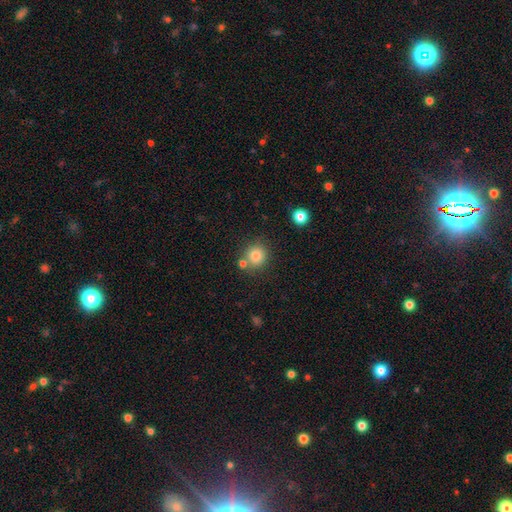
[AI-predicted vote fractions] smooth_or_featured: smooth (p=0.82) [alt: star or artifact p=0.11]
how_rounded: round (p=0.89) [alt: in between p=0.11]
merging: none (p=0.73) [alt: merger p=0.14]